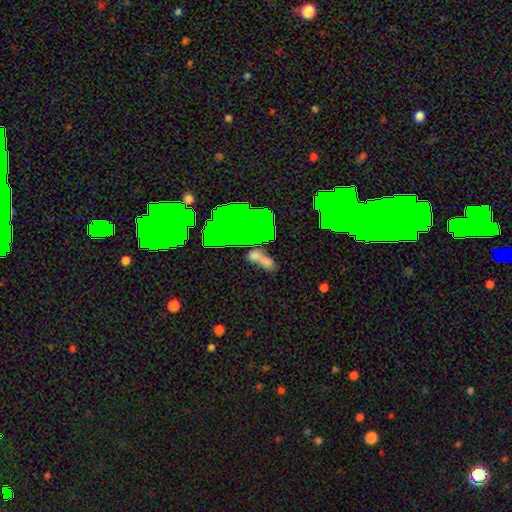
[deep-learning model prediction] This appears to be a smooth galaxy with no disk features (39%). Merging: none (54%).